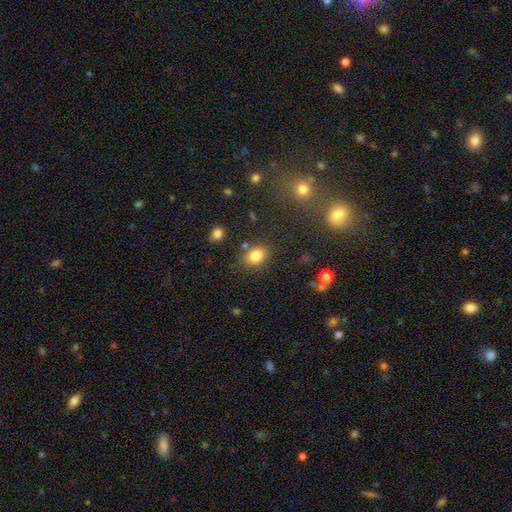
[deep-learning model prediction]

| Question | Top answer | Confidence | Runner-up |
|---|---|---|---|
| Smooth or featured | smooth | 82% | star or artifact (11%) |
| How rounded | in between | 64% | round (35%) |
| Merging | none | 76% | minor disturbance (13%) |